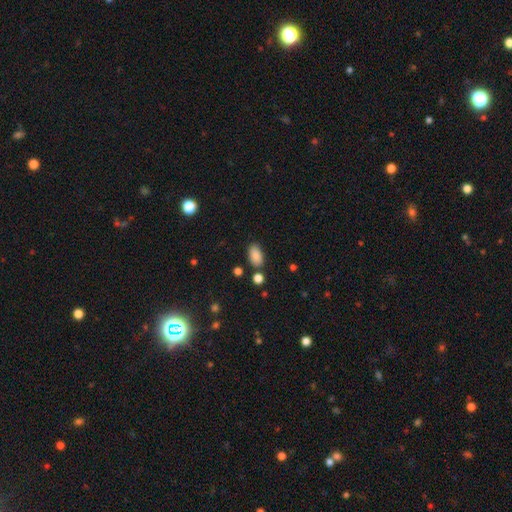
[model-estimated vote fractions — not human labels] smooth 87%, star or artifact 9%, featured or disk 4%. Down the decision tree: how rounded — in between (92%); merging — none (77%).